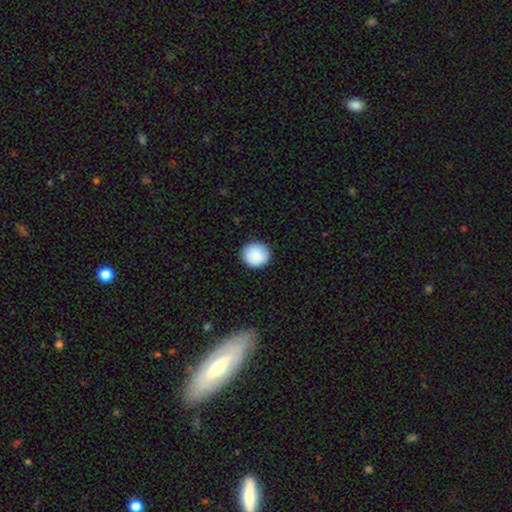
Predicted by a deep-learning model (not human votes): Q: Smooth or featured?
A: smooth (89%); runner-up: star or artifact (7%)
Q: How rounded?
A: round (89%); runner-up: in between (10%)
Q: Merging?
A: none (90%); runner-up: minor disturbance (7%)